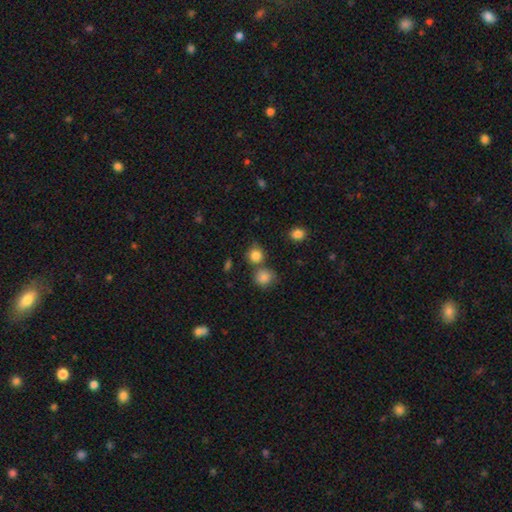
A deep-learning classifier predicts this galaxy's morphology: This appears to be a smooth galaxy with no disk features (83%) that is round (87%). Merging: none (67%).